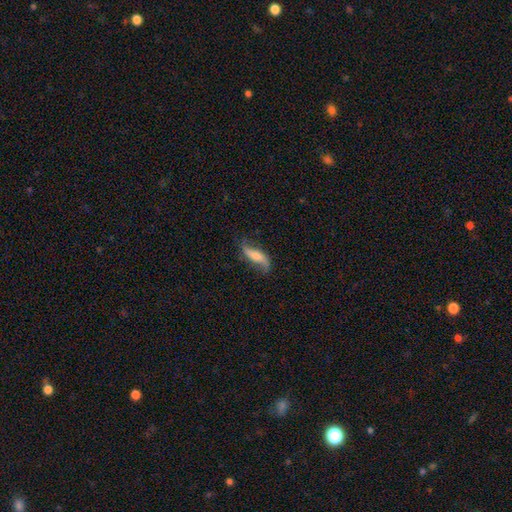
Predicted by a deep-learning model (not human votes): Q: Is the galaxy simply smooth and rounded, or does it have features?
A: featured or disk — 58%.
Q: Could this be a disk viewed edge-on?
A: no — 79%.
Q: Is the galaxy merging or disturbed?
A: none — 64%.